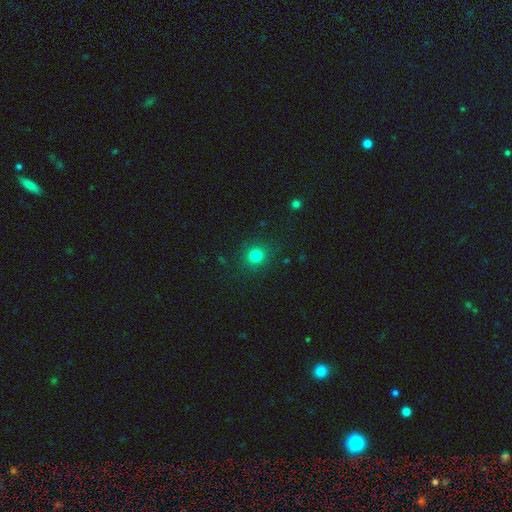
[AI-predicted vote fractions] Smooth or featured: smooth — 81% (star or artifact — 14%)
How rounded: round — 88% (in between — 11%)
Merging: none — 88% (minor disturbance — 8%)